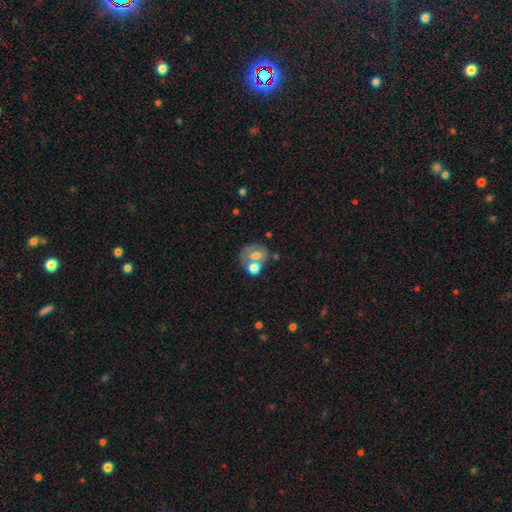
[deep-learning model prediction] smooth-or-featured: smooth: 55% | featured or disk: 35% | star or artifact: 10%
  how-rounded: round: 51% | in between: 47% | cigar-shaped: 1%
  merging: merger: 44% | none: 33% | minor disturbance: 14% | major disturbance: 10%